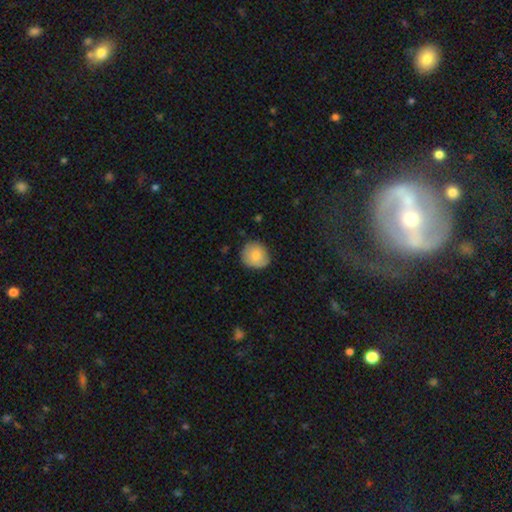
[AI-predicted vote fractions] Smooth or featured: smooth — 76% (featured or disk — 17%)
How rounded: round — 84% (in between — 15%)
Merging: none — 75% (minor disturbance — 20%)